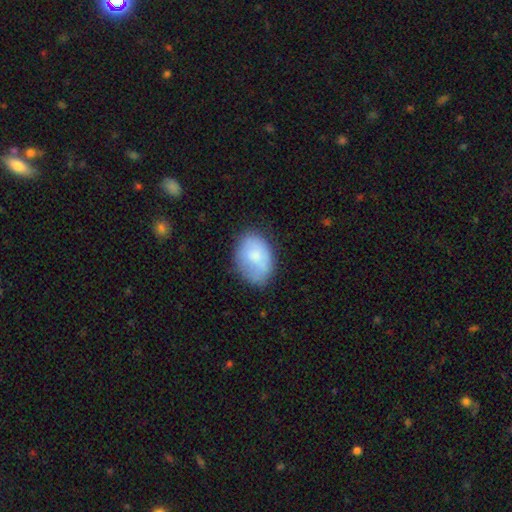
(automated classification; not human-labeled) This is likely a smooth galaxy (75%). How rounded: likely in between (80%). Merging: possibly none (58%).